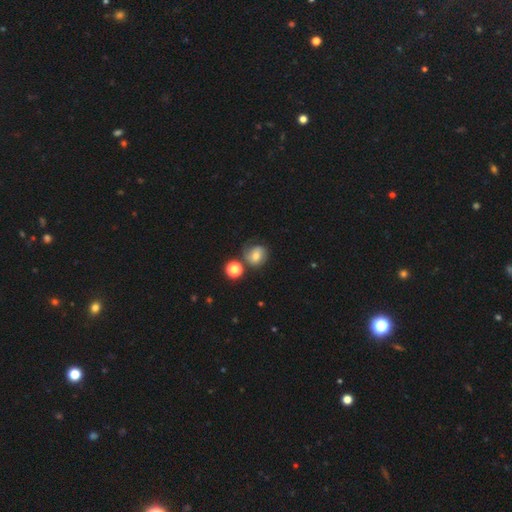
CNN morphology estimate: Smooth or featured?
  - smooth: 56% *
  - featured or disk: 31%
  - star or artifact: 13%
How rounded?
  - round: 71% *
  - in between: 28%
  - cigar-shaped: 1%
Merging?
  - none: 59% *
  - minor disturbance: 20%
  - merger: 11%
  - major disturbance: 9%